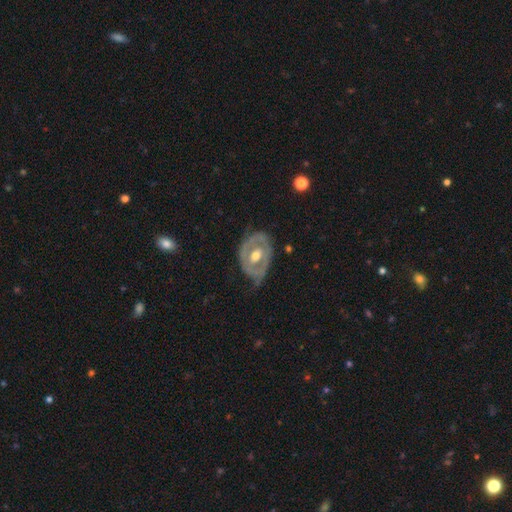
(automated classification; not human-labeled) Smooth or featured?
  - featured or disk: 73% *
  - smooth: 23%
  - star or artifact: 5%
Edge-on disk?
  - no: 94% *
  - yes: 6%
Bar?
  - no: 55% *
  - weak: 34%
  - strong: 12%
Spiral arms?
  - no: 55% *
  - yes: 45%
Bulge size?
  - moderate: 77% *
  - small: 11%
  - large: 10%
  - none: 1%
  - dominant: 1%
Merging?
  - none: 52% *
  - minor disturbance: 33%
  - major disturbance: 14%
  - merger: 2%